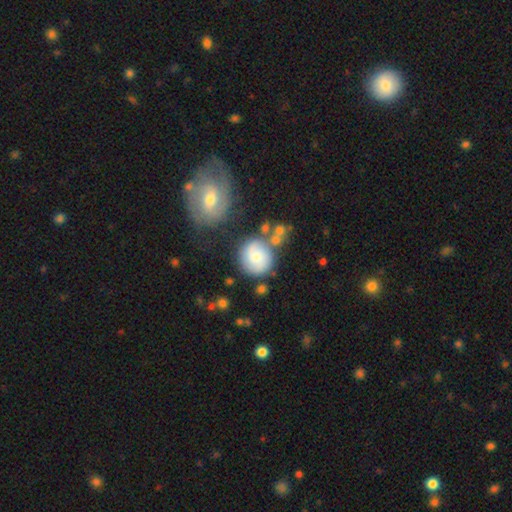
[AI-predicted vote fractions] Smooth or featured?
  - smooth: 56% *
  - featured or disk: 36%
  - star or artifact: 8%
How rounded?
  - round: 87% *
  - in between: 12%
  - cigar-shaped: 1%
Merging?
  - none: 64% *
  - minor disturbance: 16%
  - merger: 13%
  - major disturbance: 7%